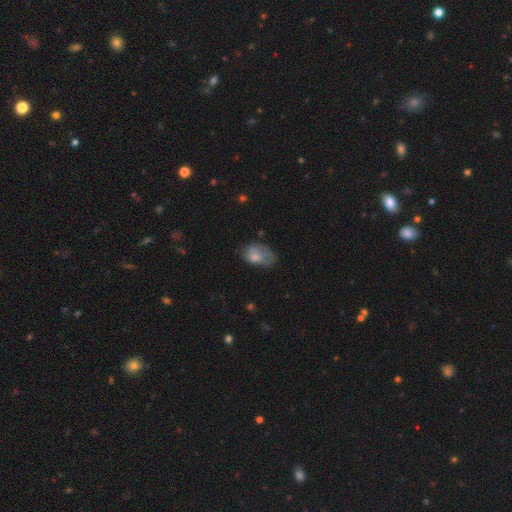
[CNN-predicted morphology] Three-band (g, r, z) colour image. It shows a smooth galaxy with no disk features (70%) that is in between round and cigar-shaped (85%). Merging: minor disturbance (35%).